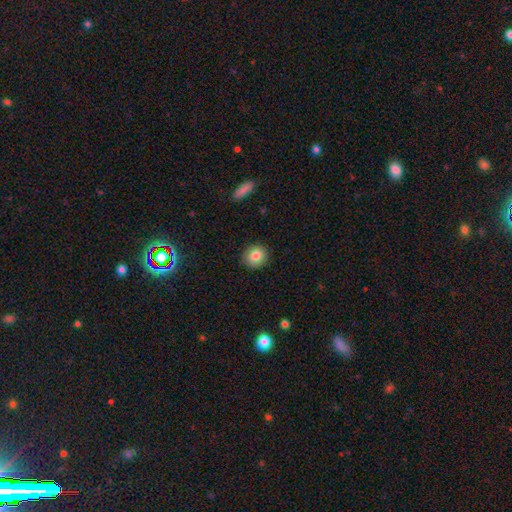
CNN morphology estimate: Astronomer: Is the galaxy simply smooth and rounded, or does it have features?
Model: smooth — 83%.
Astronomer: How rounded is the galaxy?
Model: round — 85%.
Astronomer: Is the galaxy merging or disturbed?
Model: none — 89%.